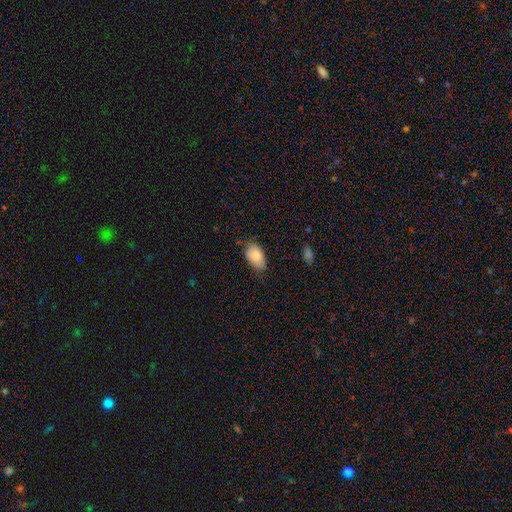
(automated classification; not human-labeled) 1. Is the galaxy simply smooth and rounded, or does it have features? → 83% smooth, 10% featured or disk, 7% star or artifact.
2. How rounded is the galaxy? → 93% in between, 6% round, 2% cigar-shaped.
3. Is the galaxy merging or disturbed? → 73% none, 22% minor disturbance, 3% major disturbance, 1% merger.